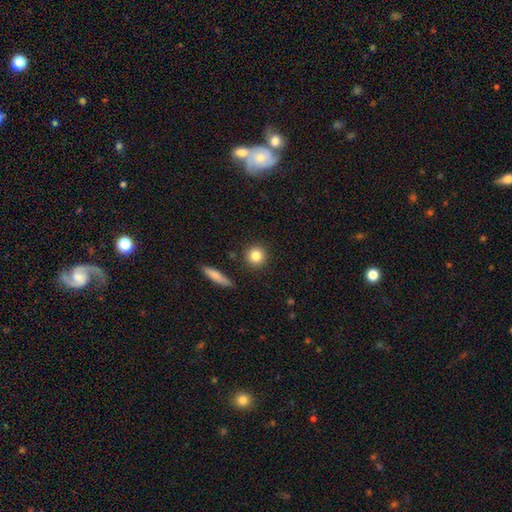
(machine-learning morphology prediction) Overall: smooth (83%). How rounded: round (91%). Merging: none (89%).